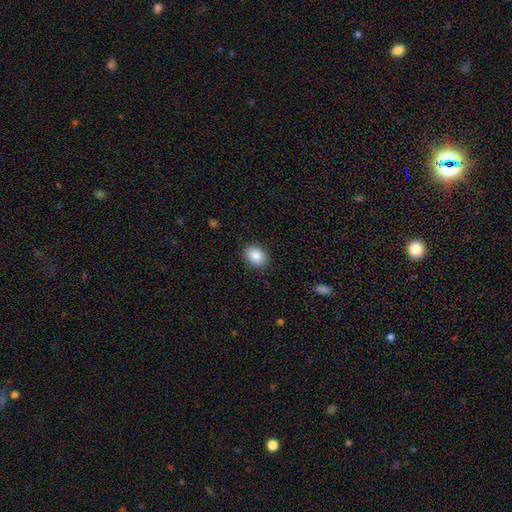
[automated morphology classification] Smooth or featured? Predicted: smooth (p=0.87). How rounded? Predicted: in between (p=0.65). Merging? Predicted: none (p=0.88).